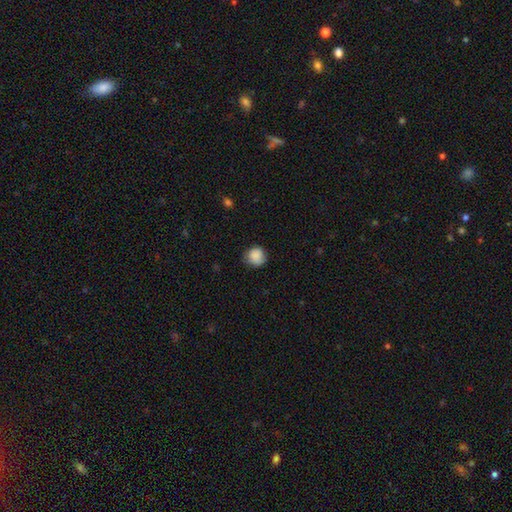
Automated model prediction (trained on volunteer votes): Smooth or featured?
  - smooth: 86% *
  - star or artifact: 8%
  - featured or disk: 6%
How rounded?
  - round: 87% *
  - in between: 12%
  - cigar-shaped: 1%
Merging?
  - none: 72% *
  - minor disturbance: 22%
  - major disturbance: 5%
  - merger: 1%